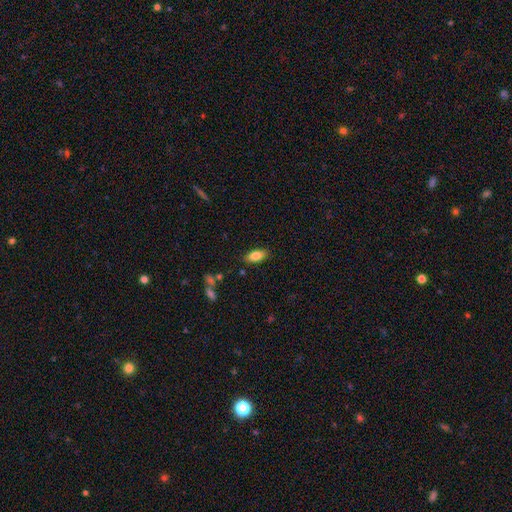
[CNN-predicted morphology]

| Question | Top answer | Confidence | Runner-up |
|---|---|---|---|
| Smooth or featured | smooth | 83% | featured or disk (10%) |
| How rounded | in between | 87% | cigar-shaped (11%) |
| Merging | none | 86% | minor disturbance (10%) |